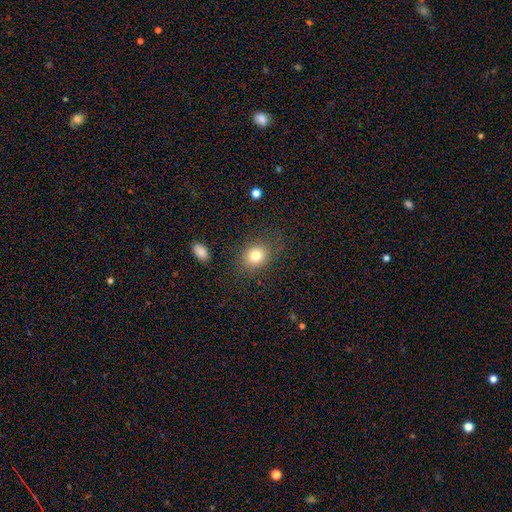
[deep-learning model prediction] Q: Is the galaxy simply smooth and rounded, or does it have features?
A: smooth — 79%.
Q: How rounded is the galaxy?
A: round — 59%.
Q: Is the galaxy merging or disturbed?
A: none — 78%.